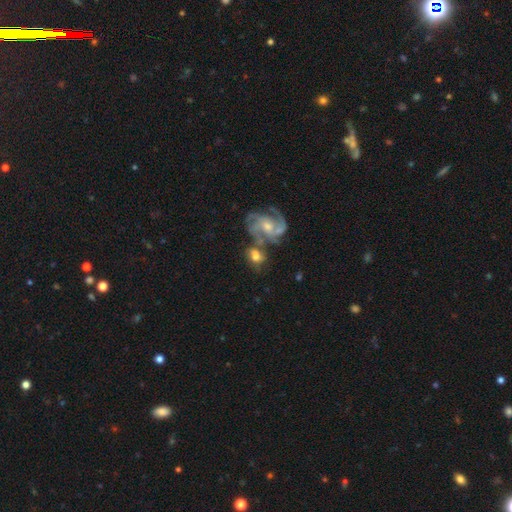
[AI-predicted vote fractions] Smooth or featured? Predicted: featured or disk (p=0.53). Edge-on disk? Predicted: no (p=0.96). Bar? Predicted: no (p=0.59). Spiral arms? Predicted: yes (p=0.85). Bulge size? Predicted: moderate (p=0.44). Merging? Predicted: merger (p=0.38, tied with none).